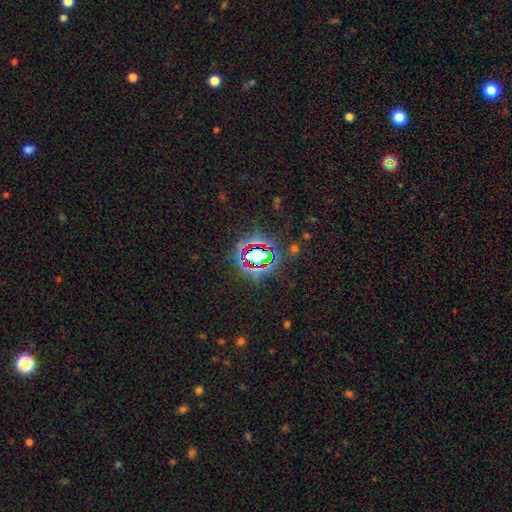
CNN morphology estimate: This is likely a star or artifact rather than a galaxy (72%).